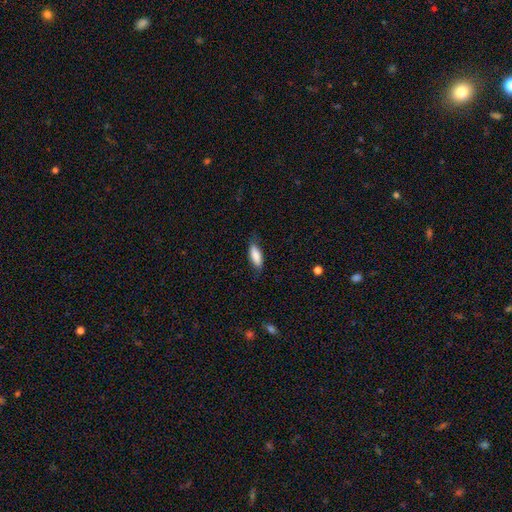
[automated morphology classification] The model was most divided on "how rounded": in between: 67%, cigar-shaped: 31%, round: 2%. More confident: smooth or featured — smooth (83%); merging — none (71%).